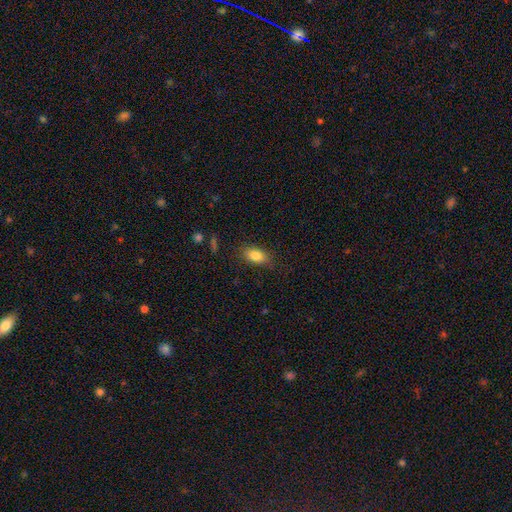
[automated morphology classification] Overall: smooth (84%). How rounded: in between (86%). Merging: none (81%).